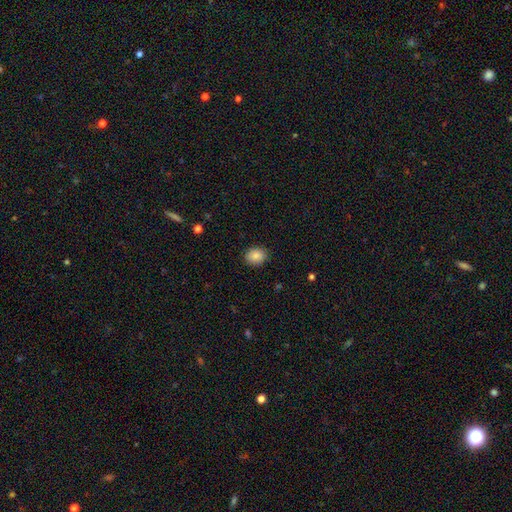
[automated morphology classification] Q: Smooth or featured?
A: smooth (87%); runner-up: star or artifact (8%)
Q: How rounded?
A: round (53%); runner-up: in between (46%)
Q: Merging?
A: none (89%); runner-up: minor disturbance (8%)